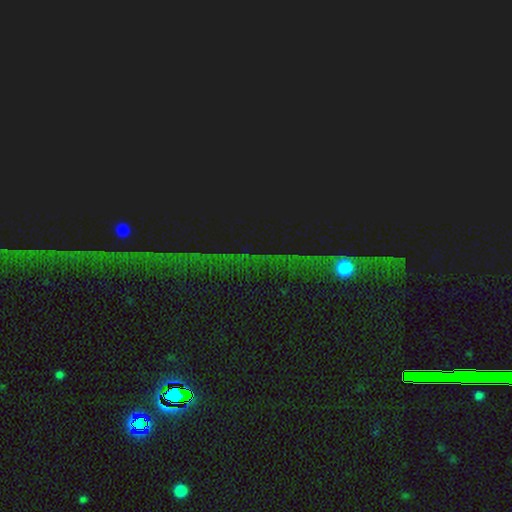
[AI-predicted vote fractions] Smooth or featured? Predicted: star or artifact (p=0.80).